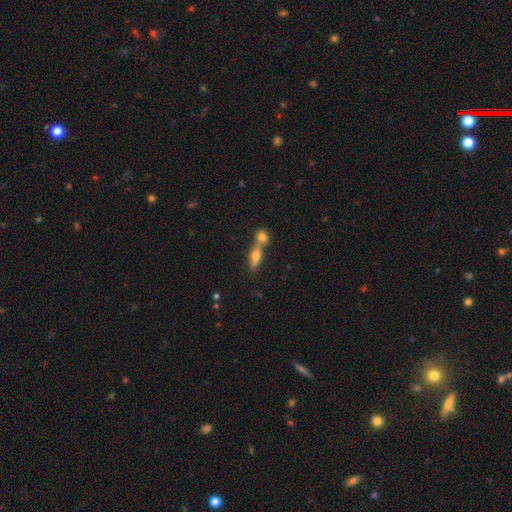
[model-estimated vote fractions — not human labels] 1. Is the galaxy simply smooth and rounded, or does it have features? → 62% smooth, 27% featured or disk, 11% star or artifact.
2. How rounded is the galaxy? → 53% in between, 39% cigar-shaped, 8% round.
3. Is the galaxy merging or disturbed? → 54% merger, 35% none, 7% minor disturbance, 3% major disturbance.